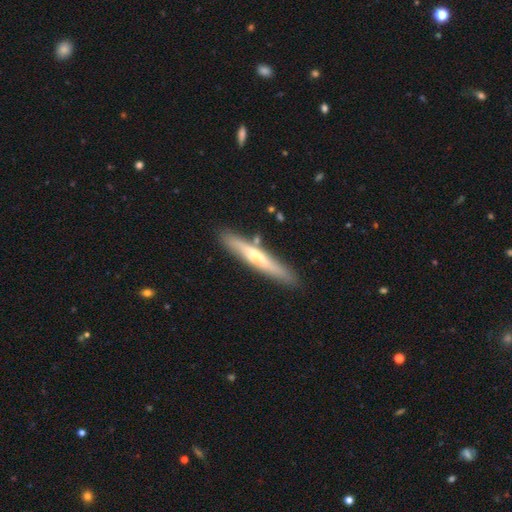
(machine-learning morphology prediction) A featured or disk galaxy (49%). Merging: none (84%).